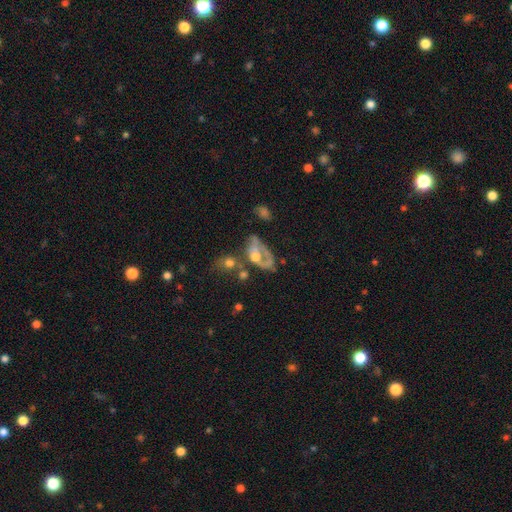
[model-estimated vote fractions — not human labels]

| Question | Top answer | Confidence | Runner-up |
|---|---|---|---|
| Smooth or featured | featured or disk | 58% | smooth (31%) |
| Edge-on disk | no | 94% | yes (6%) |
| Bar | no | 80% | weak (16%) |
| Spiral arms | no | 62% | yes (38%) |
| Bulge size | moderate | 53% | small (18%) |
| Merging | major disturbance | 33% | merger (27%) |